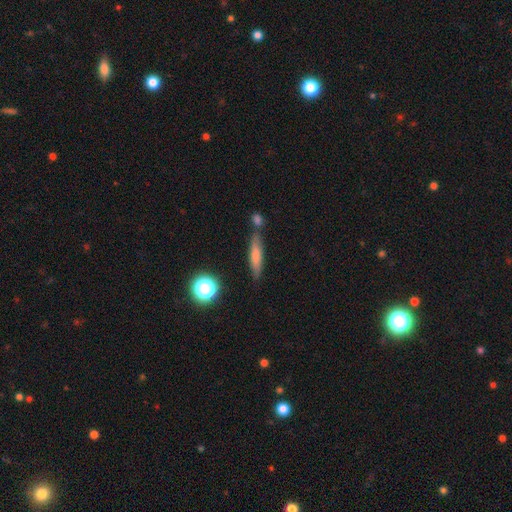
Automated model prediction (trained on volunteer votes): Smooth or featured? Predicted: smooth (p=0.68). How rounded? Predicted: cigar-shaped (p=0.78). Merging? Predicted: none (p=0.69).